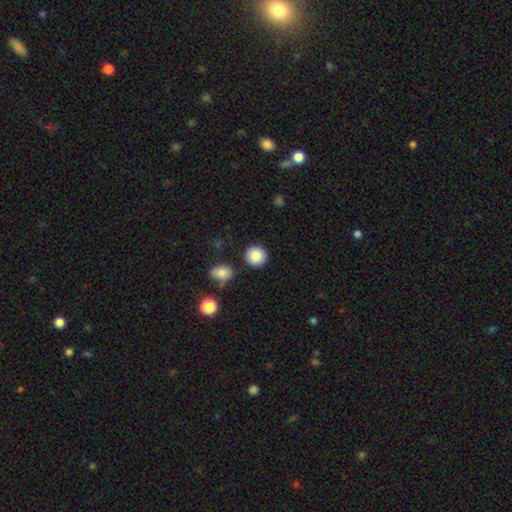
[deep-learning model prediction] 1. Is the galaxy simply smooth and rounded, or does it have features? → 86% smooth, 8% star or artifact, 6% featured or disk.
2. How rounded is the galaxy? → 92% round, 7% in between, 1% cigar-shaped.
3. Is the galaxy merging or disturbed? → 89% none, 6% minor disturbance, 3% merger, 2% major disturbance.